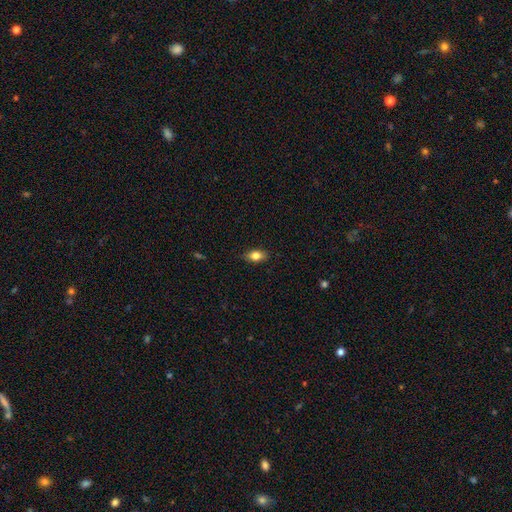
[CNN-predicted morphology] type=smooth (82%); roundness=in between (86%); merging=none (86%).